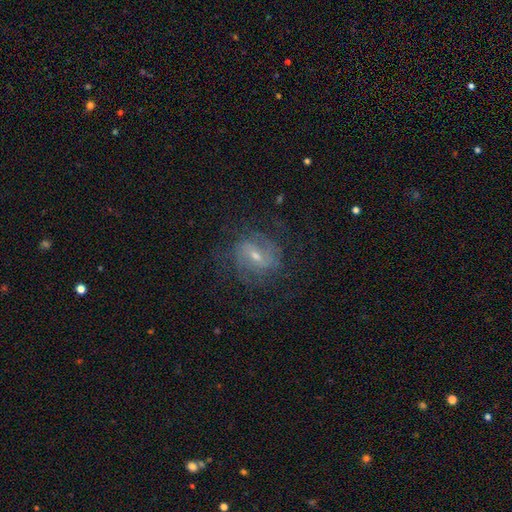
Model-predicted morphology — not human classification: Smooth or featured? Predicted: featured or disk (p=0.77). Edge-on disk? Predicted: no (p=0.96). Bar? Predicted: weak (p=0.53). Spiral arms? Predicted: yes (p=0.87). Spiral winding? Predicted: tight (p=0.41, tied with medium). Spiral arm count? Predicted: 2 (p=0.45). Bulge size? Predicted: small (p=0.53). Merging? Predicted: none (p=0.68).